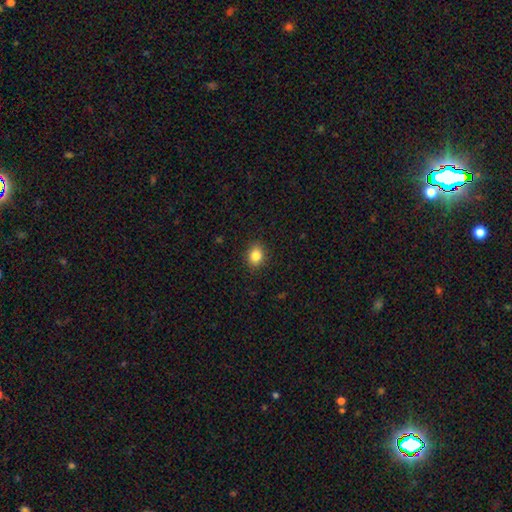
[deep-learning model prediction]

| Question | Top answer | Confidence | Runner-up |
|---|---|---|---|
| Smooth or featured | smooth | 84% | star or artifact (10%) |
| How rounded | round | 57% | in between (42%) |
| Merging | none | 90% | minor disturbance (7%) |